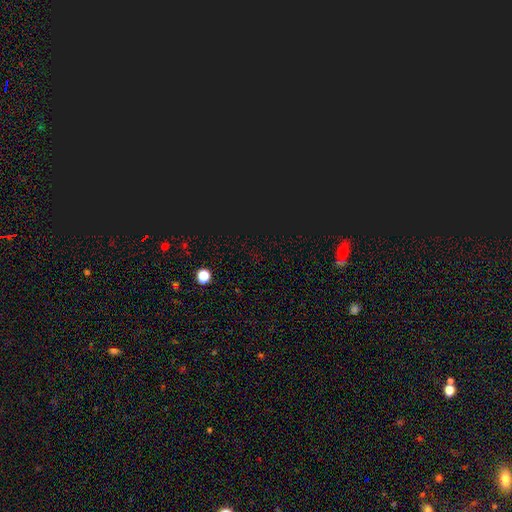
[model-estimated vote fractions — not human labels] Smooth or featured: star or artifact — 73% (smooth — 21%)